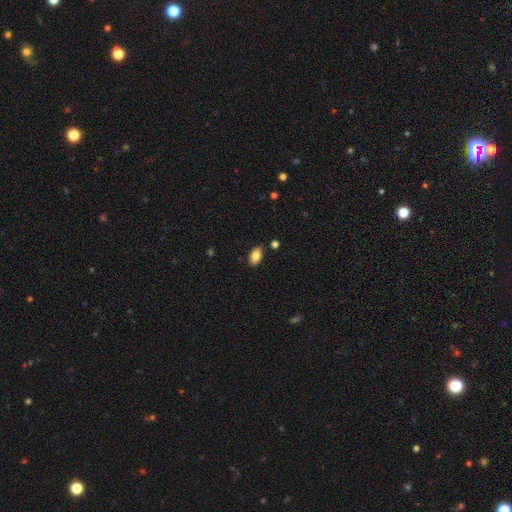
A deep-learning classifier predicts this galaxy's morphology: This is clearly a smooth galaxy (84%). How rounded: clearly in between (92%). Merging: clearly none (85%).